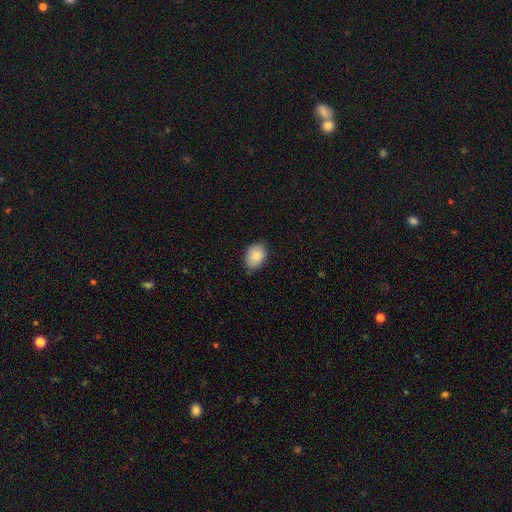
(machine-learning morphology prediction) type=smooth (88%); roundness=in between (78%); merging=none (73%).